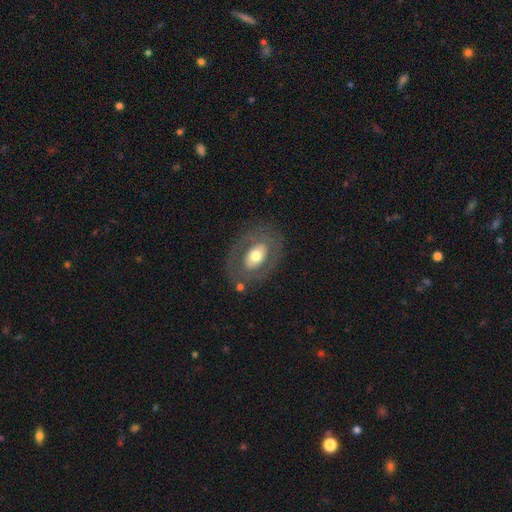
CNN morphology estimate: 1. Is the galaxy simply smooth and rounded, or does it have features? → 52% featured or disk, 41% smooth, 6% star or artifact.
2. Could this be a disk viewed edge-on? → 93% no, 7% yes.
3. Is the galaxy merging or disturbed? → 76% none, 13% minor disturbance, 9% major disturbance, 2% merger.